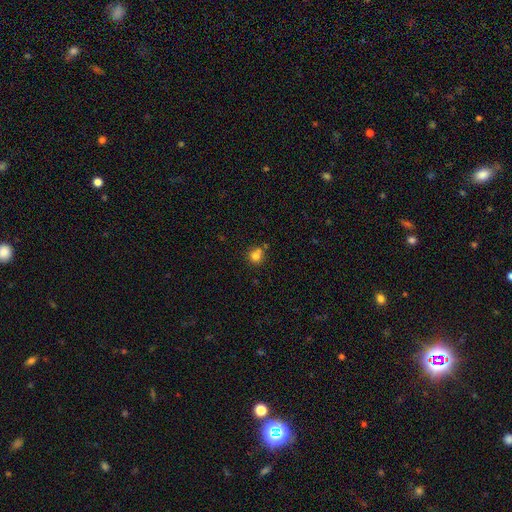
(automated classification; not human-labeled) Smooth or featured? Predicted: smooth (p=0.78). How rounded? Predicted: round (p=0.86). Merging? Predicted: none (p=0.58).